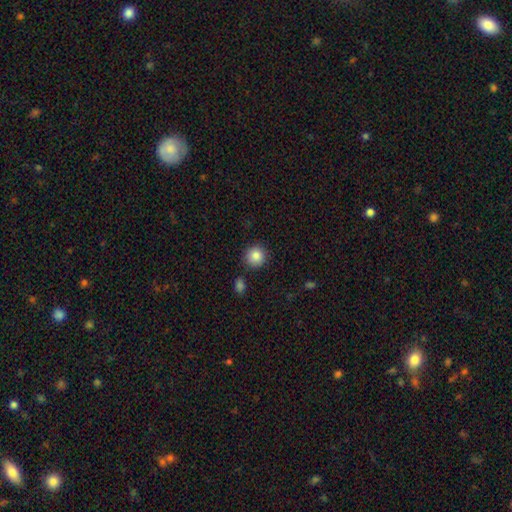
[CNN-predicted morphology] Smooth or featured: smooth — 85% (star or artifact — 9%)
How rounded: round — 91% (in between — 8%)
Merging: none — 86% (minor disturbance — 8%)